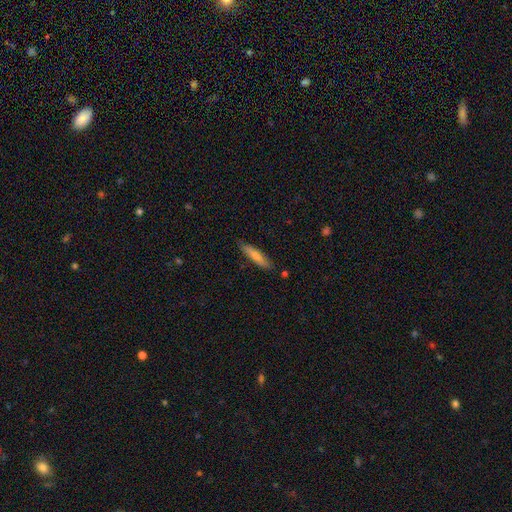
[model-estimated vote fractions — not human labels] This appears to be a smooth galaxy with no disk features (65%) that is cigar-shaped (84%). Merging: none (85%).